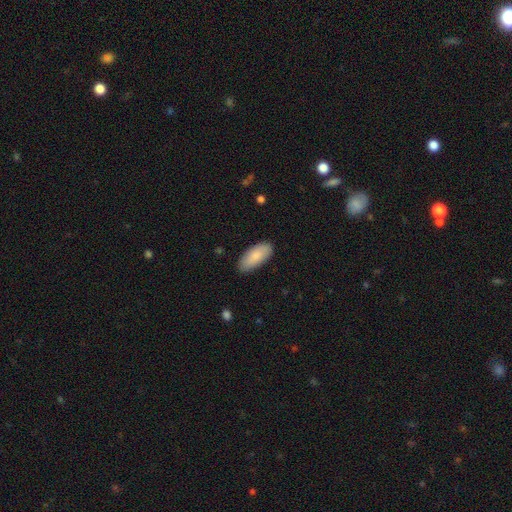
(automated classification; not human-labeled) smooth-or-featured: smooth: 85% | featured or disk: 9% | star or artifact: 5%
  how-rounded: in between: 87% | cigar-shaped: 11% | round: 2%
  merging: none: 86% | minor disturbance: 11% | major disturbance: 2% | merger: 1%